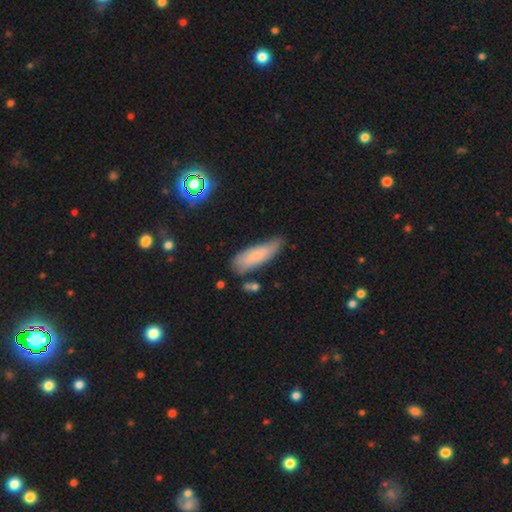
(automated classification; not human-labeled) Q: Smooth or featured?
A: smooth (70%); runner-up: featured or disk (22%)
Q: How rounded?
A: in between (53%); runner-up: cigar-shaped (46%)
Q: Merging?
A: none (58%); runner-up: minor disturbance (31%)